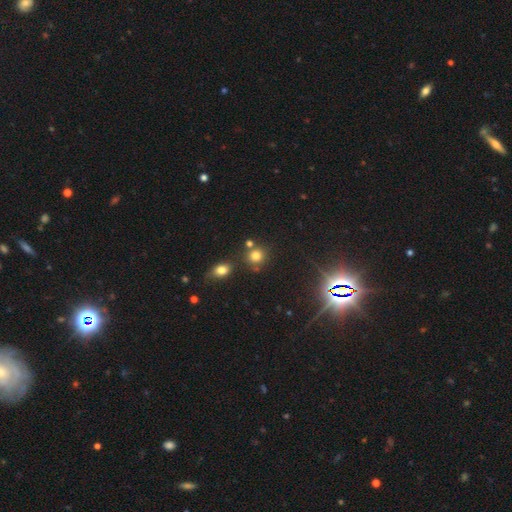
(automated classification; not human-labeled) smooth_or_featured: smooth (p=0.74) [alt: star or artifact p=0.18]
how_rounded: round (p=0.85) [alt: in between p=0.13]
merging: none (p=0.72) [alt: merger p=0.15]